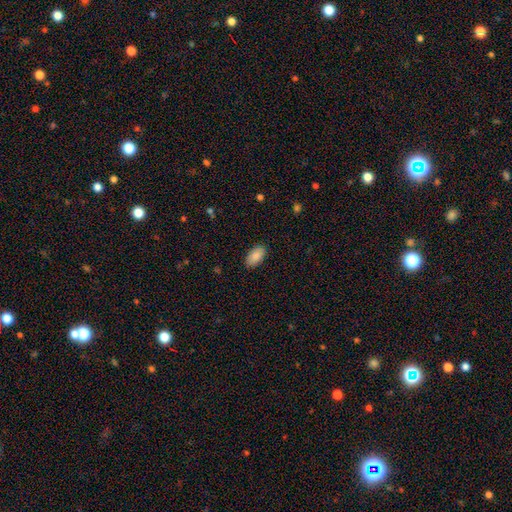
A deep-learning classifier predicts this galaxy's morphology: The model was most divided on "merging": none: 88%, minor disturbance: 9%, major disturbance: 2%, merger: 1%. More confident: how rounded — in between (95%); smooth or featured — smooth (87%).